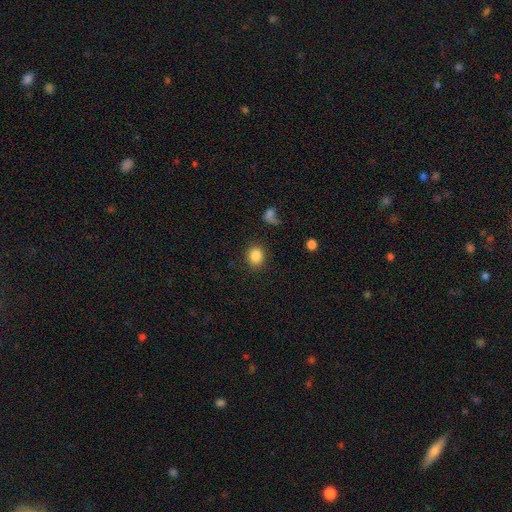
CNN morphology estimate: type=smooth (85%); roundness=round (69%); merging=none (86%).